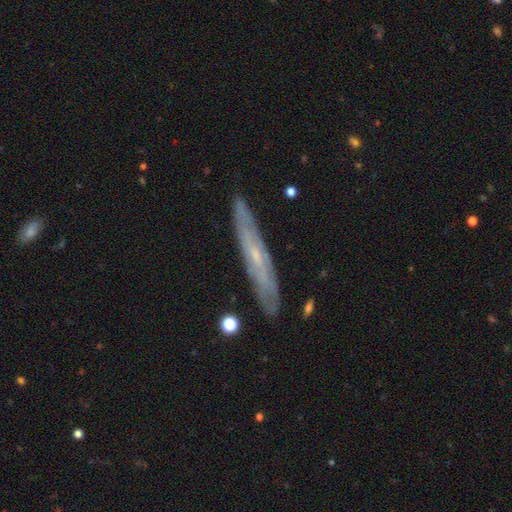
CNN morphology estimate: smooth-or-featured: featured or disk: 68% | smooth: 25% | star or artifact: 7%
  disk-edge-on: yes: 68% | no: 32%
  merging: none: 85% | minor disturbance: 11% | major disturbance: 2% | merger: 2%